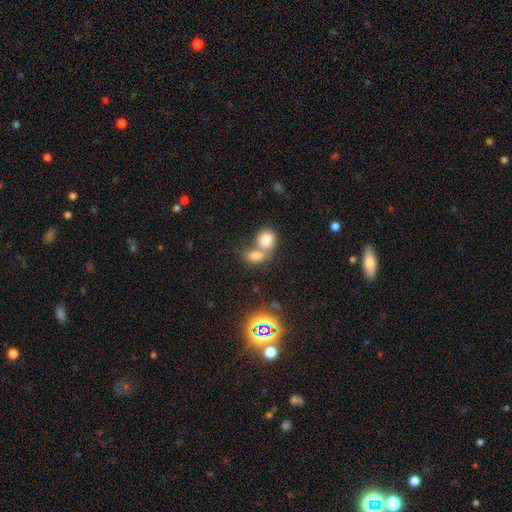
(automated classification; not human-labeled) This appears to be a smooth galaxy with no disk features (74%) that is in between round and cigar-shaped (65%). Merging: merger (63%).